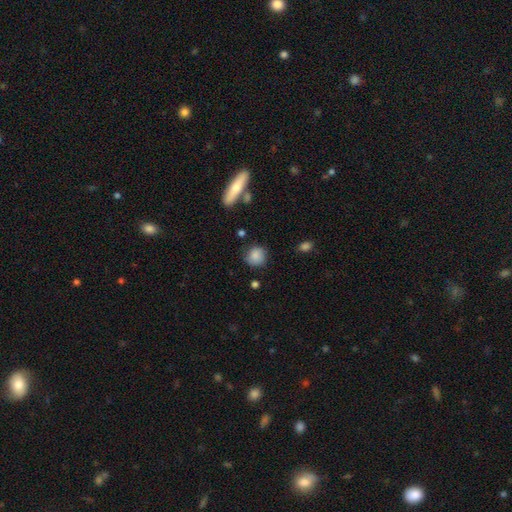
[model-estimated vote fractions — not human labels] A smooth galaxy with no disk features (84%) that is round (86%).

Vote fractions:
- Smooth or featured? smooth: 84% / star or artifact: 8% / featured or disk: 8%
- How rounded? round: 86% / in between: 13% / cigar-shaped: 1%
- Merging? none: 76% / minor disturbance: 16% / major disturbance: 5% / merger: 3%